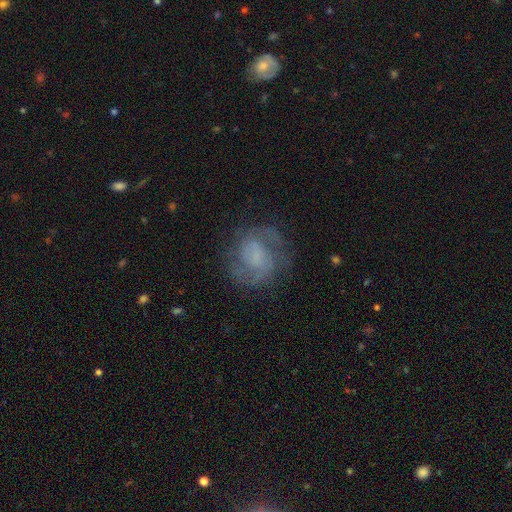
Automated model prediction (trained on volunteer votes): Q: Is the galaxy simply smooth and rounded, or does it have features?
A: featured or disk — 68%.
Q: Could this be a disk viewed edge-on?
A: no — 98%.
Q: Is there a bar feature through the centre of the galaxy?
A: no — 51%.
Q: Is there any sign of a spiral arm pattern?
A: yes — 88%.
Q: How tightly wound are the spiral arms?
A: medium — 46%.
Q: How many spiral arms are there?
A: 2 — 70%.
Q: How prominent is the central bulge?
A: none — 49%.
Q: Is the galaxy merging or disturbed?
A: none — 73%.